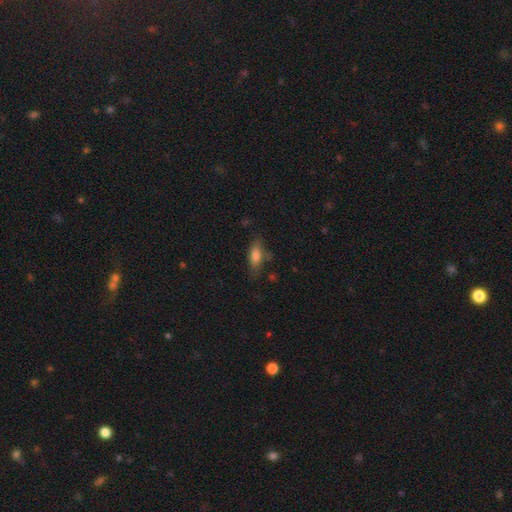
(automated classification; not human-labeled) smooth-or-featured: smooth: 73% | featured or disk: 18% | star or artifact: 8%
  how-rounded: in between: 62% | cigar-shaped: 35% | round: 3%
  merging: none: 70% | minor disturbance: 21% | major disturbance: 6% | merger: 4%